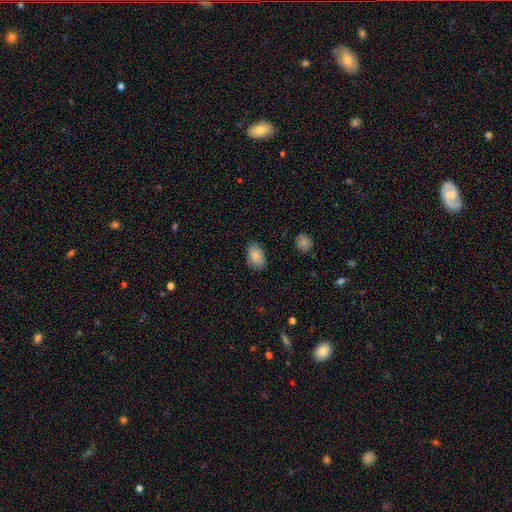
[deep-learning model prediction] Overall: smooth (85%). How rounded: in between (89%). Merging: none (80%).